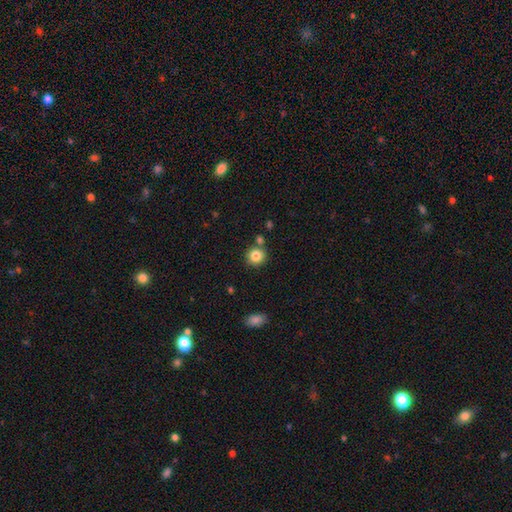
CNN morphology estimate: Overall: smooth (84%). How rounded: round (90%). Merging: none (78%).